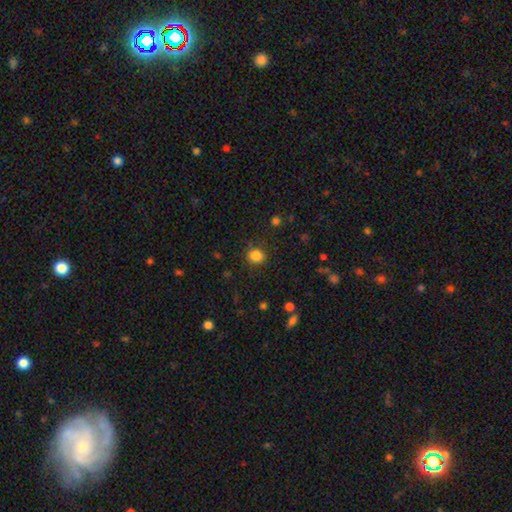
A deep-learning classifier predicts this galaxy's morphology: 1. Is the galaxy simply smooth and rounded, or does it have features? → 84% smooth, 12% star or artifact, 4% featured or disk.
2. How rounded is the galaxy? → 67% round, 32% in between, 1% cigar-shaped.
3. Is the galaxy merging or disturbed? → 83% none, 12% minor disturbance, 4% major disturbance, 2% merger.